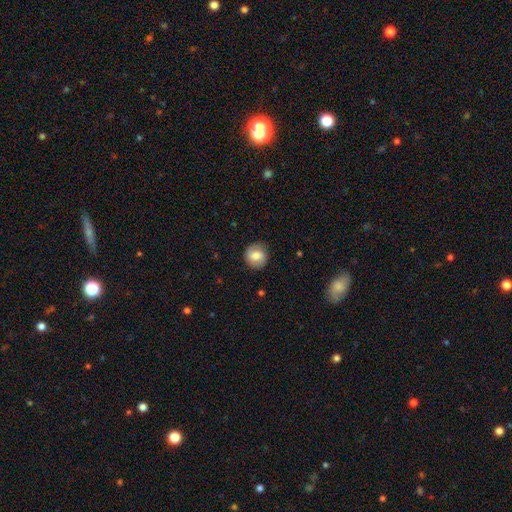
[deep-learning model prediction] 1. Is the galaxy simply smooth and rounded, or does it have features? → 67% smooth, 26% featured or disk, 8% star or artifact.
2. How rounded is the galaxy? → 86% round, 13% in between, 1% cigar-shaped.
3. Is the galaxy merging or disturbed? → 79% none, 16% minor disturbance, 4% major disturbance, 1% merger.